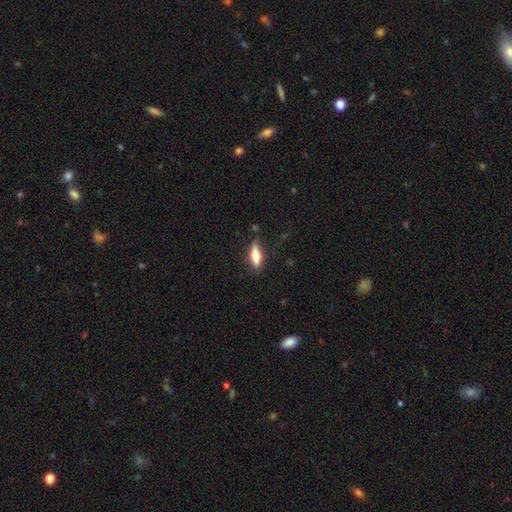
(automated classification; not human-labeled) Morphology: type=smooth (66%); roundness=in between (57%); merging=none (74%).